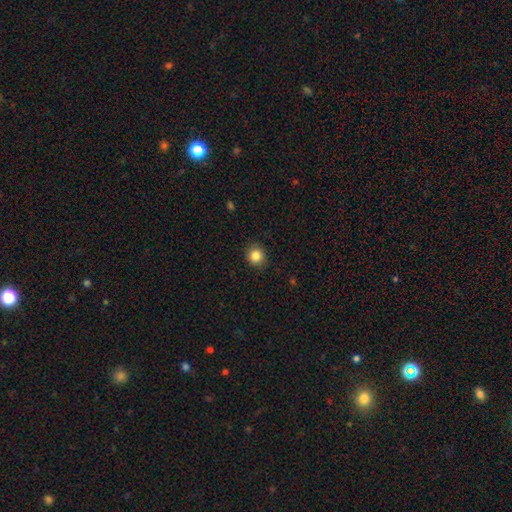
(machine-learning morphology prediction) Smooth or featured? Predicted: smooth (p=0.85). How rounded? Predicted: round (p=0.88). Merging? Predicted: none (p=0.89).